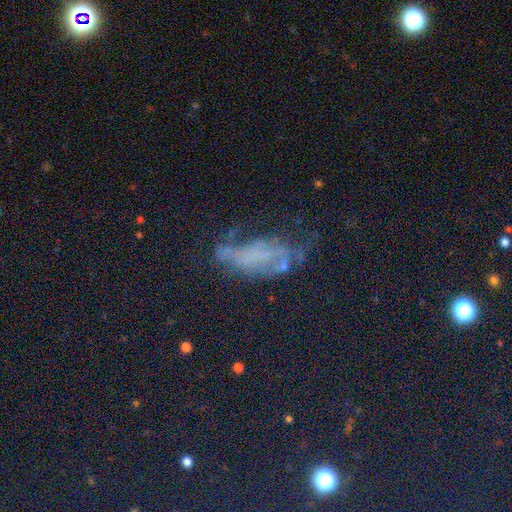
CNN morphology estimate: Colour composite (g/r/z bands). It shows a star or artifact, not a galaxy (42%).